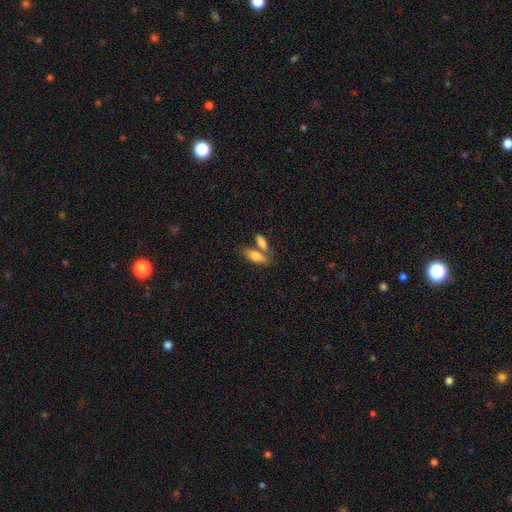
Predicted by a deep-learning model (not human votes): Smooth or featured? Predicted: smooth (p=0.78). How rounded? Predicted: in between (p=0.68). Merging? Predicted: none (p=0.48).